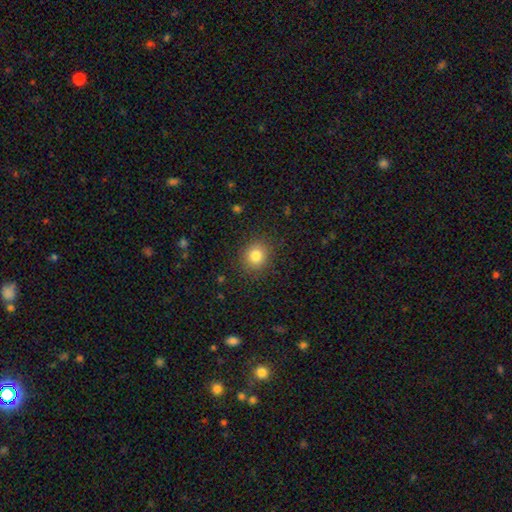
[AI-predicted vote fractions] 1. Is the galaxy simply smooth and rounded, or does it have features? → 81% smooth, 12% star or artifact, 7% featured or disk.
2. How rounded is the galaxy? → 84% round, 15% in between, 1% cigar-shaped.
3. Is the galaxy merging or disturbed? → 88% none, 8% minor disturbance, 3% major disturbance, 1% merger.